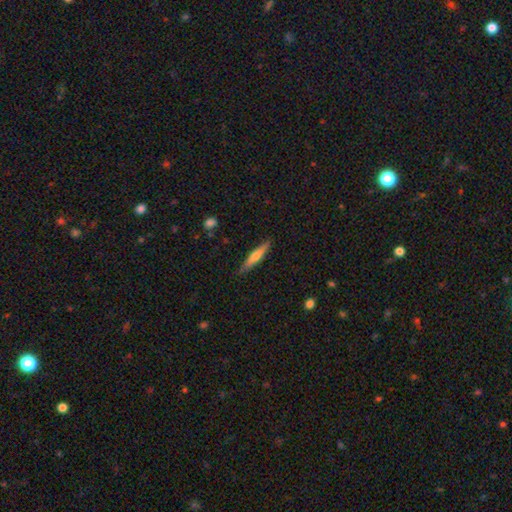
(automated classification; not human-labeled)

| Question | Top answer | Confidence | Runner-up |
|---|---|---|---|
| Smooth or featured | smooth | 56% | featured or disk (39%) |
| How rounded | cigar-shaped | 90% | in between (9%) |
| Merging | none | 86% | minor disturbance (11%) |